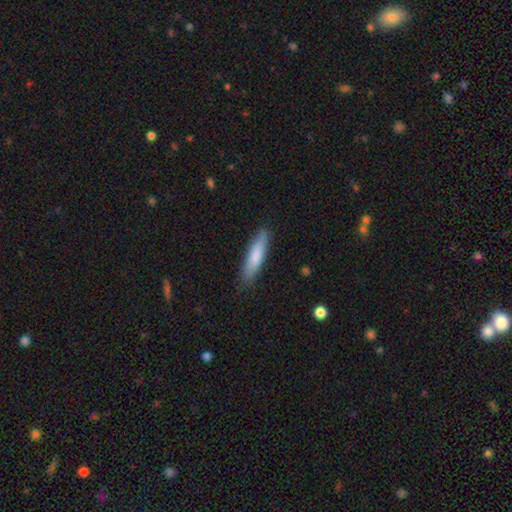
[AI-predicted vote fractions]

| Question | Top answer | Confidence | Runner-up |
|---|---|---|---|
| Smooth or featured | smooth | 79% | featured or disk (15%) |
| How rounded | cigar-shaped | 78% | in between (20%) |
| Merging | none | 86% | minor disturbance (11%) |